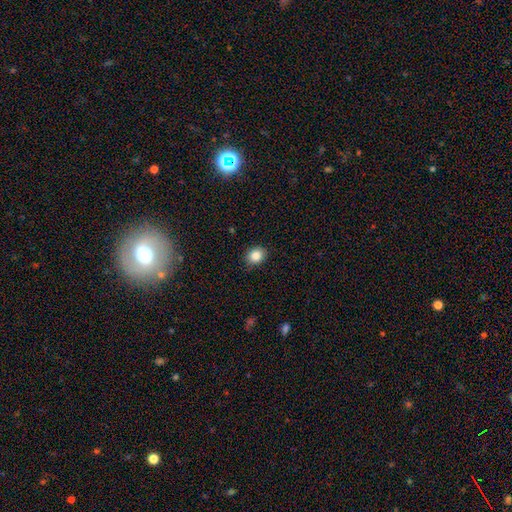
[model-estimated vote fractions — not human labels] The model was most divided on "how rounded": round: 60%, in between: 39%, cigar-shaped: 1%. More confident: merging — none (86%); smooth or featured — smooth (85%).